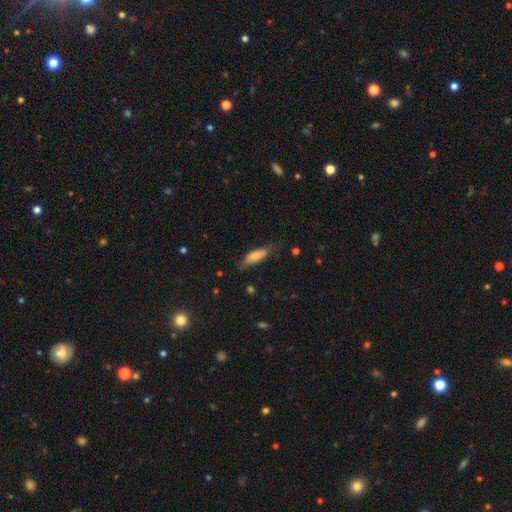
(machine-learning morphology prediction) smooth 70%, featured or disk 24%, star or artifact 6%. Down the decision tree: how rounded — in between (58%); merging — none (64%).